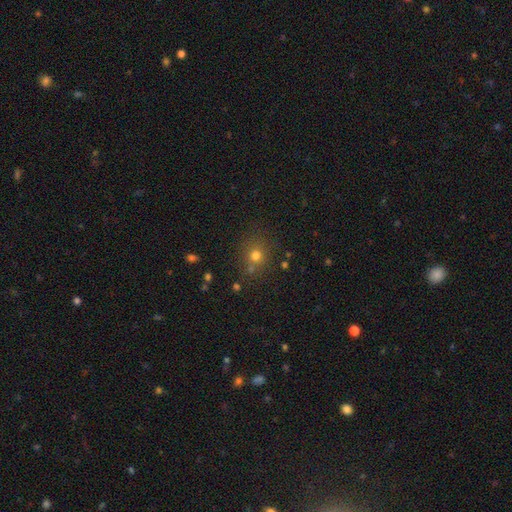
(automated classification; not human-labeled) Overall: smooth (73%). How rounded: round (85%). Merging: none (75%).